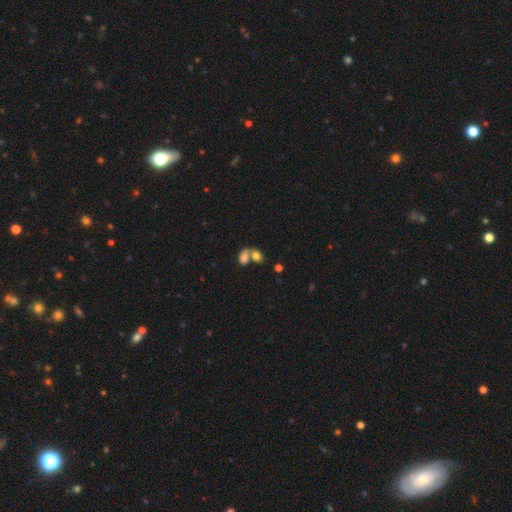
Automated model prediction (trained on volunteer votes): The model was most divided on "merging": merger: 59%, none: 28%, minor disturbance: 8%, major disturbance: 5%. More confident: smooth or featured — smooth (77%); how rounded — in between (73%).